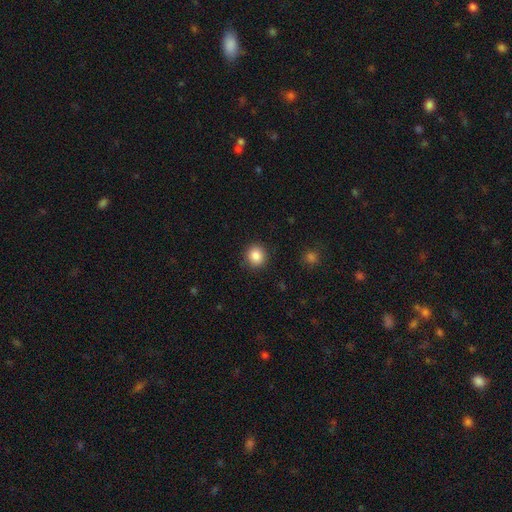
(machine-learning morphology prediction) Smooth or featured? Predicted: smooth (p=0.87). How rounded? Predicted: round (p=0.89). Merging? Predicted: none (p=0.90).